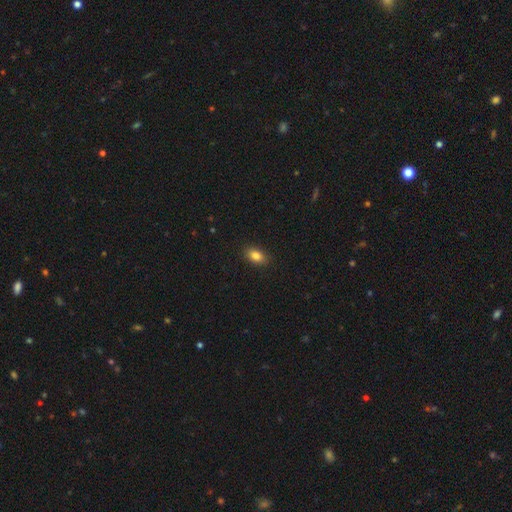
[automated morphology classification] smooth 86%, star or artifact 9%, featured or disk 6%. Down the decision tree: how rounded — in between (85%); merging — none (88%).